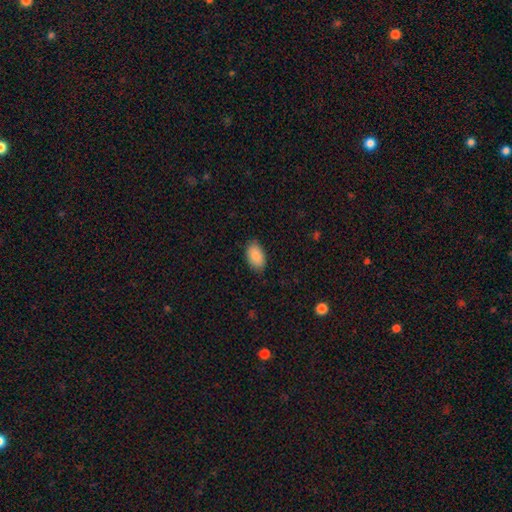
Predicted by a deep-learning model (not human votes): Overall: smooth (85%). How rounded: in between (93%). Merging: none (85%).